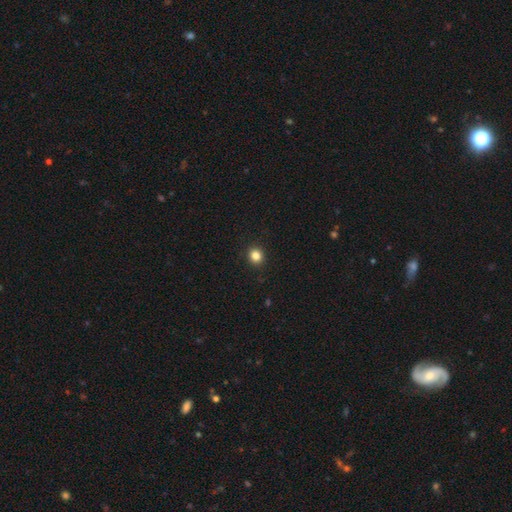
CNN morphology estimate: This is clearly a smooth galaxy (84%). How rounded: clearly round (85%). Merging: clearly none (92%).